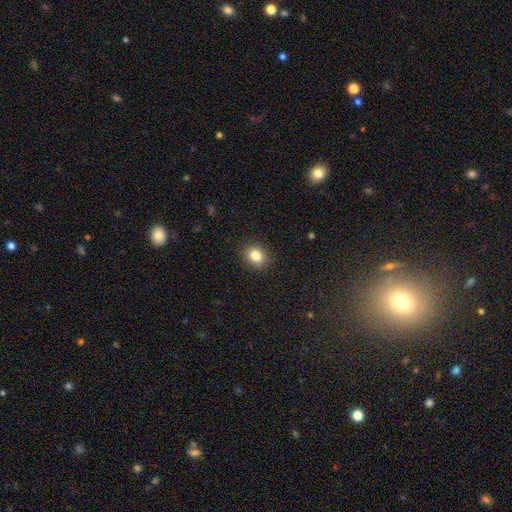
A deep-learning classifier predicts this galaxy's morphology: Smooth or featured?
  - smooth: 83% *
  - star or artifact: 11%
  - featured or disk: 6%
How rounded?
  - round: 64% *
  - in between: 35%
  - cigar-shaped: 1%
Merging?
  - none: 89% *
  - minor disturbance: 7%
  - major disturbance: 2%
  - merger: 1%